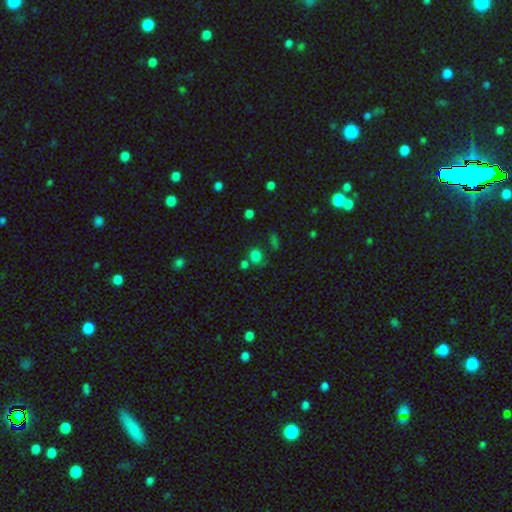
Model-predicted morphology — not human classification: Q: Smooth or featured?
A: smooth (74%); runner-up: star or artifact (20%)
Q: How rounded?
A: round (65%); runner-up: in between (34%)
Q: Merging?
A: none (62%); runner-up: merger (18%)